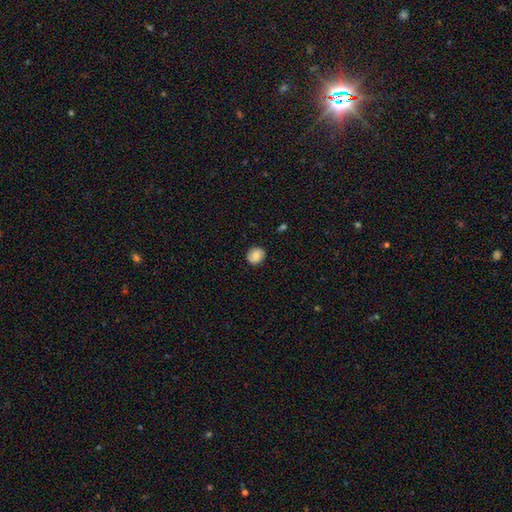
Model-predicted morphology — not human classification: smooth 75%, featured or disk 17%, star or artifact 8%. Down the decision tree: how rounded — round (81%); merging — none (82%).